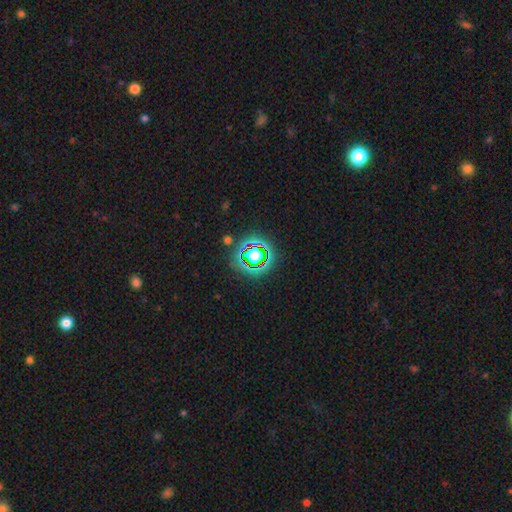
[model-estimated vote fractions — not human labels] Smooth or featured: star or artifact — 77% (smooth — 15%)